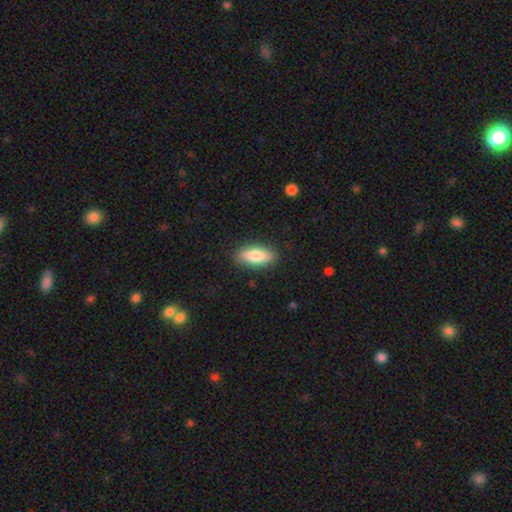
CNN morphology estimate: Smooth or featured: smooth — 79% (featured or disk — 15%)
How rounded: in between — 80% (cigar-shaped — 17%)
Merging: none — 87% (minor disturbance — 10%)